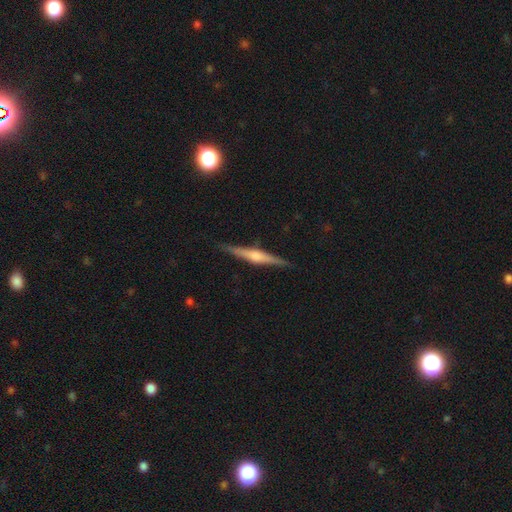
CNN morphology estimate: A featured or disk galaxy (74%) viewed edge-on (98%) with a rounded central bulge (76%). Merging: none (89%).